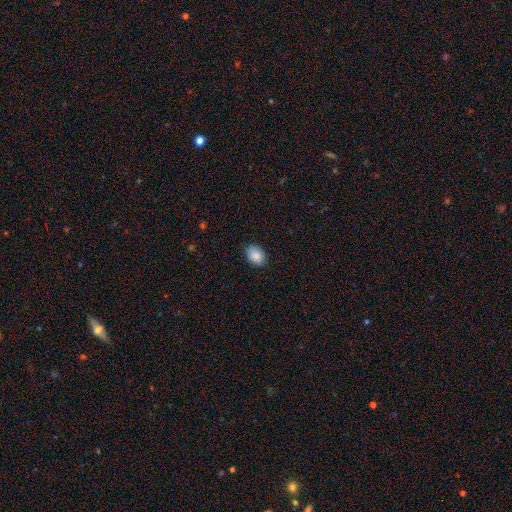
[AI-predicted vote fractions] smooth 88%, star or artifact 8%, featured or disk 4%. Down the decision tree: how rounded — in between (73%); merging — none (86%).